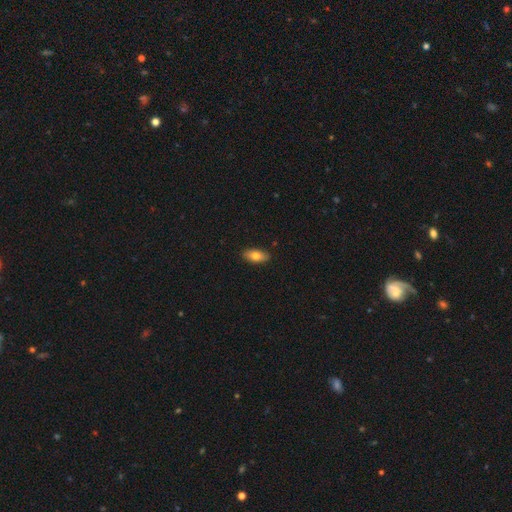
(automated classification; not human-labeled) Q: Smooth or featured?
A: smooth (76%); runner-up: featured or disk (17%)
Q: How rounded?
A: in between (87%); runner-up: cigar-shaped (10%)
Q: Merging?
A: none (89%); runner-up: minor disturbance (9%)